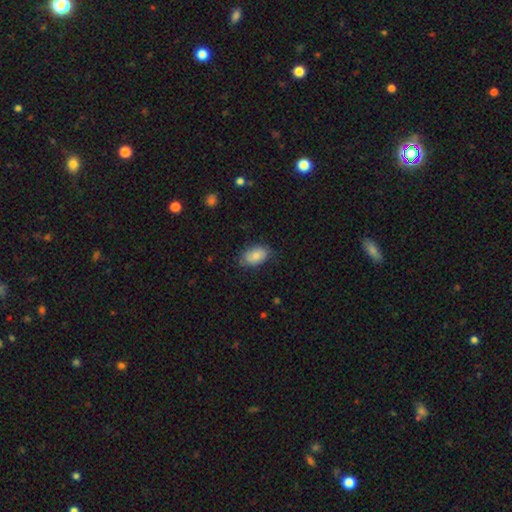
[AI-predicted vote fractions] Q: Smooth or featured?
A: smooth (83%); runner-up: featured or disk (10%)
Q: How rounded?
A: in between (91%); runner-up: round (7%)
Q: Merging?
A: none (75%); runner-up: minor disturbance (20%)